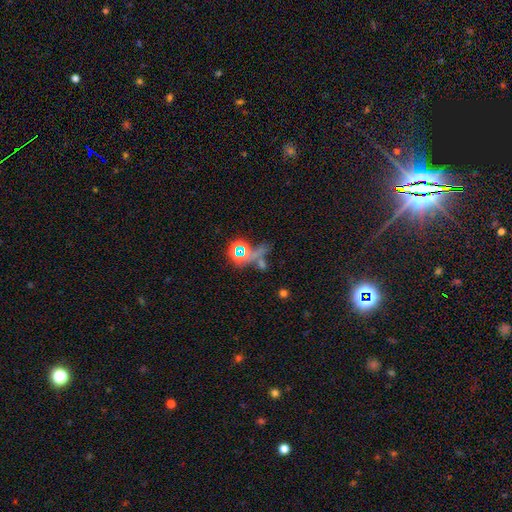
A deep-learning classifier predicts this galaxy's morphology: type=star or artifact (60%).